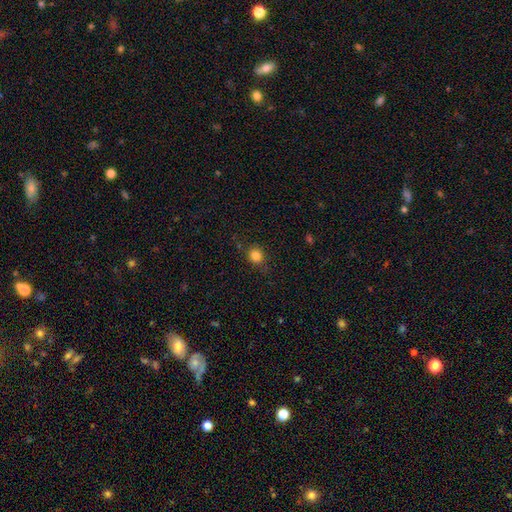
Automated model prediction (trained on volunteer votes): Smooth or featured? Predicted: smooth (p=0.83). How rounded? Predicted: round (p=0.79). Merging? Predicted: none (p=0.82).